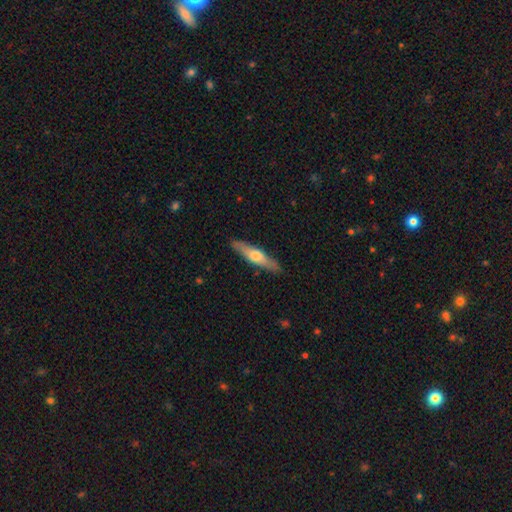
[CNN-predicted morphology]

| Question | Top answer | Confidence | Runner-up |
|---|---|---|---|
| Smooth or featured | smooth | 48% | featured or disk (47%) |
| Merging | none | 88% | minor disturbance (9%) |